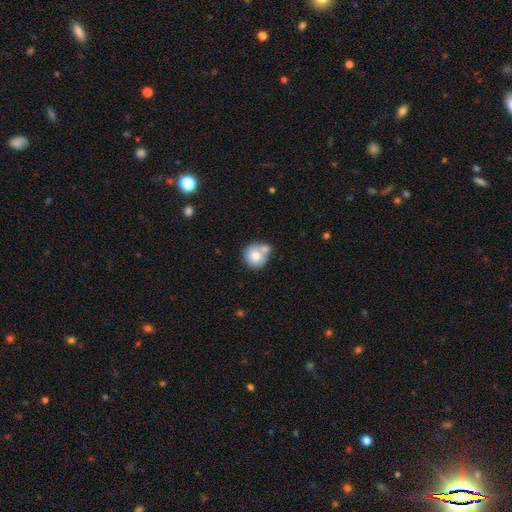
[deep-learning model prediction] Q: Smooth or featured?
A: smooth (74%); runner-up: featured or disk (17%)
Q: How rounded?
A: round (89%); runner-up: in between (10%)
Q: Merging?
A: none (49%); runner-up: merger (35%)